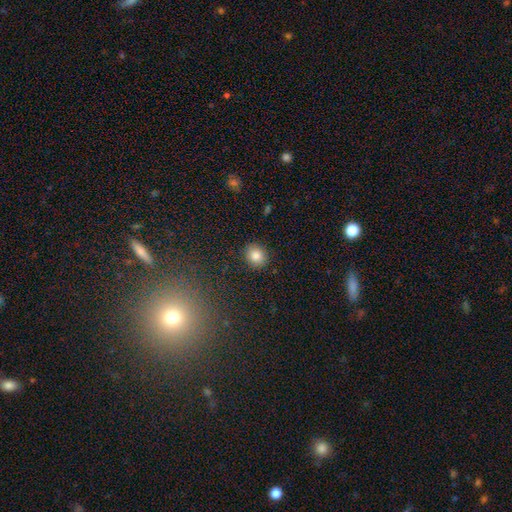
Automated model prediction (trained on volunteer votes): Q: Smooth or featured?
A: smooth (84%); runner-up: star or artifact (10%)
Q: How rounded?
A: round (73%); runner-up: in between (26%)
Q: Merging?
A: none (90%); runner-up: minor disturbance (7%)